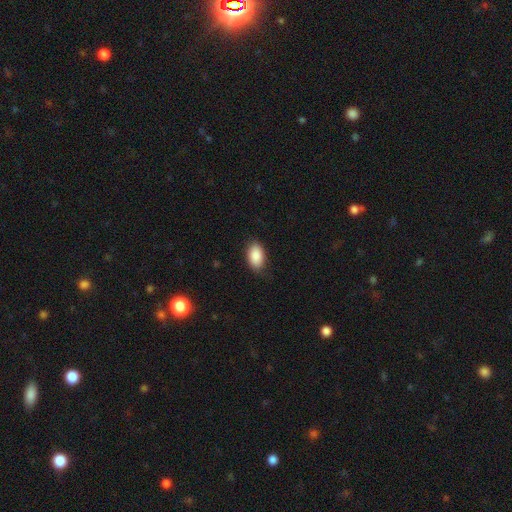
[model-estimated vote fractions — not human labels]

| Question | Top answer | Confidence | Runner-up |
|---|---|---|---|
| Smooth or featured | smooth | 89% | star or artifact (7%) |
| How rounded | in between | 93% | round (5%) |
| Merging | none | 83% | minor disturbance (13%) |